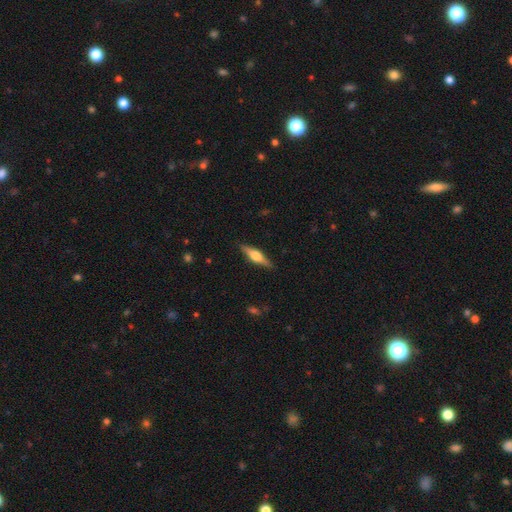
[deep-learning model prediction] Overall: featured or disk (56%; smooth 38%). Edge-on disk: yes (95%). Edge-on bulge: rounded (90%). Merging: none (88%).